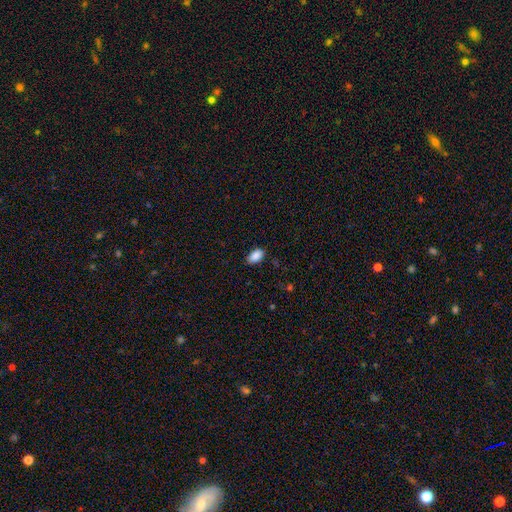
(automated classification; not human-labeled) This appears to be a smooth galaxy with no disk features (89%) that is in between round and cigar-shaped (93%). Merging: none (85%).